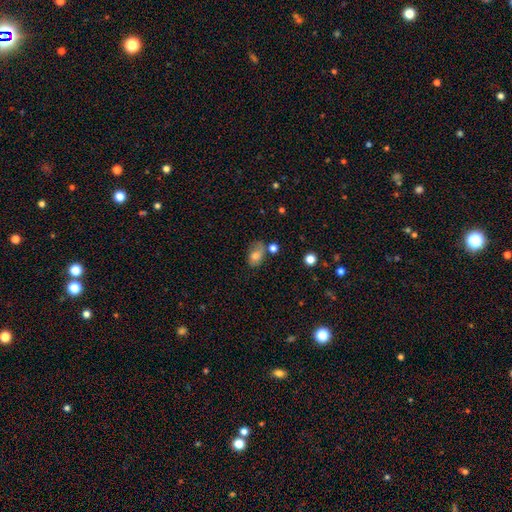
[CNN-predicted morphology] Smooth or featured? smooth (71%)
How rounded? in between (81%)
Merging? none (50%)